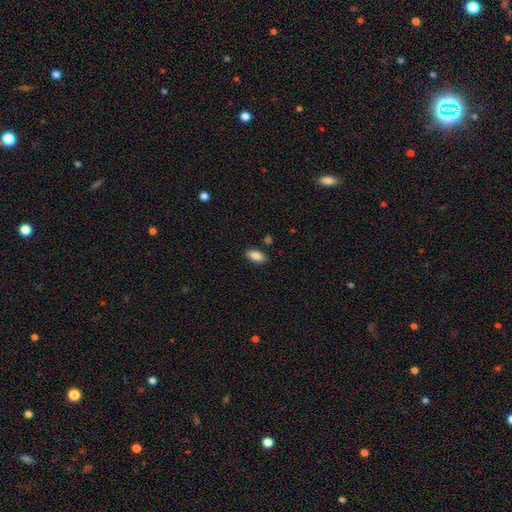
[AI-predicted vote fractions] Overall: smooth (87%). How rounded: in between (91%). Merging: none (85%).